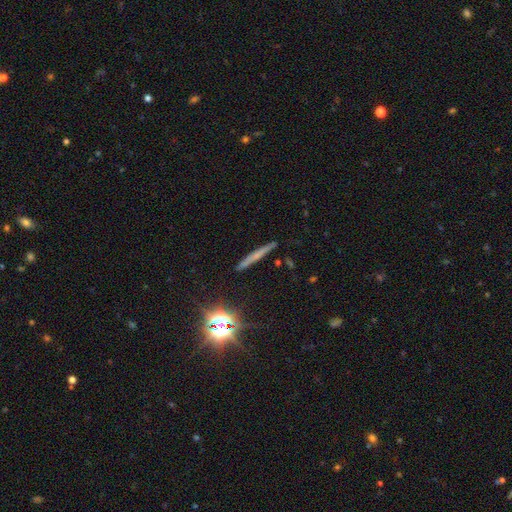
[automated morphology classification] This appears to be a smooth galaxy with no disk features (45%). Merging: none (89%).